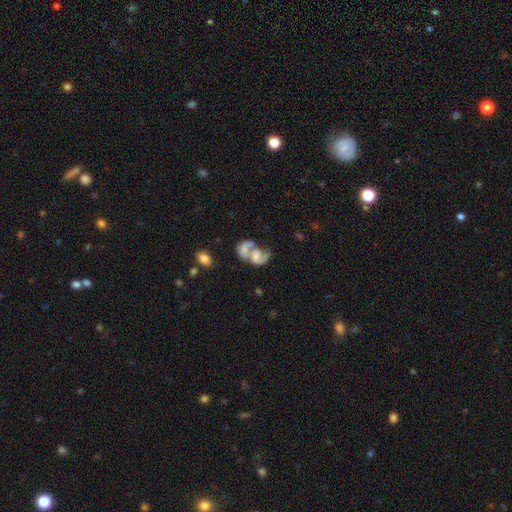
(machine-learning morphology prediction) Smooth or featured? Predicted: featured or disk (p=0.59). Edge-on disk? Predicted: no (p=0.97). Bar? Predicted: no (p=0.67). Spiral arms? Predicted: yes (p=0.63). Bulge size? Predicted: none (p=0.31). Merging? Predicted: merger (p=0.59).